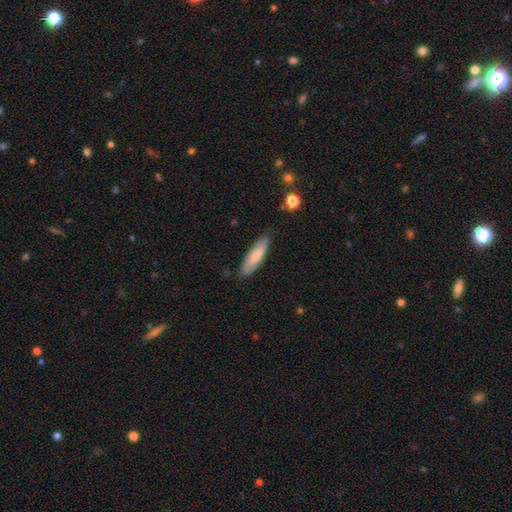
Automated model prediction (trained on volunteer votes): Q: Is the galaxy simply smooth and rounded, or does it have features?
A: smooth — 78%.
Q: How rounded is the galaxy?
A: cigar-shaped — 67%.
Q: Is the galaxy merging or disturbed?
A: none — 81%.